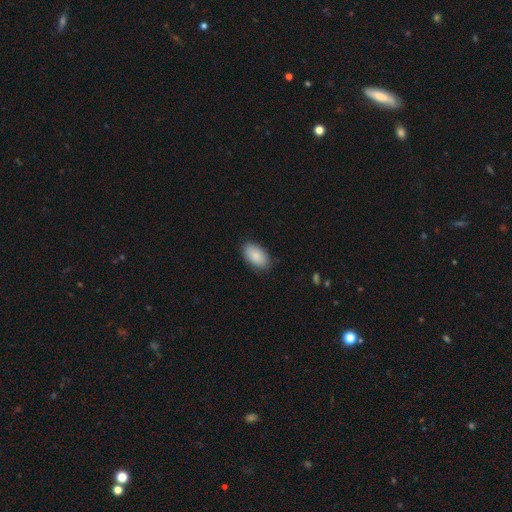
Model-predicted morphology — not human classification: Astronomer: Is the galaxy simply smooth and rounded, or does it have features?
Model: smooth — 87%.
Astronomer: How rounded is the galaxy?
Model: in between — 94%.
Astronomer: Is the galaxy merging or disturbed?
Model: none — 84%.